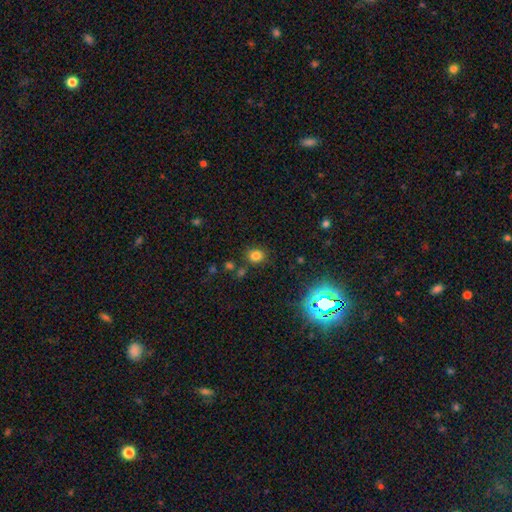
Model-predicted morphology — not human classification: Overall: smooth (75%). How rounded: round (71%). Merging: none (81%).